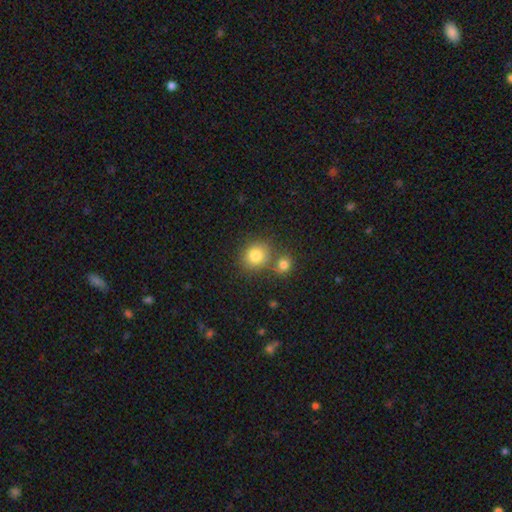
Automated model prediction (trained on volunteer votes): The model was most divided on "merging": none: 61%, merger: 25%, minor disturbance: 10%, major disturbance: 4%. More confident: smooth or featured — smooth (82%); how rounded — round (79%).